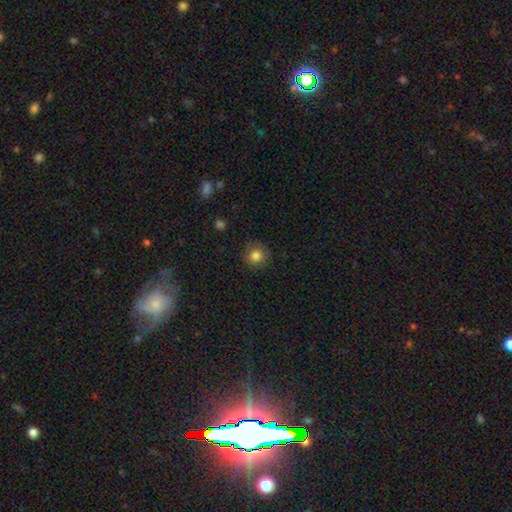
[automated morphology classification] type=smooth (83%); roundness=round (91%); merging=none (87%).